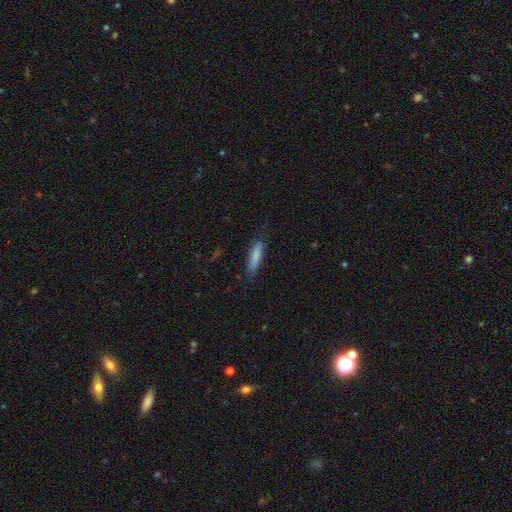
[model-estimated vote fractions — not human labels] Smooth or featured? Predicted: smooth (p=0.83). How rounded? Predicted: cigar-shaped (p=0.71). Merging? Predicted: none (p=0.81).